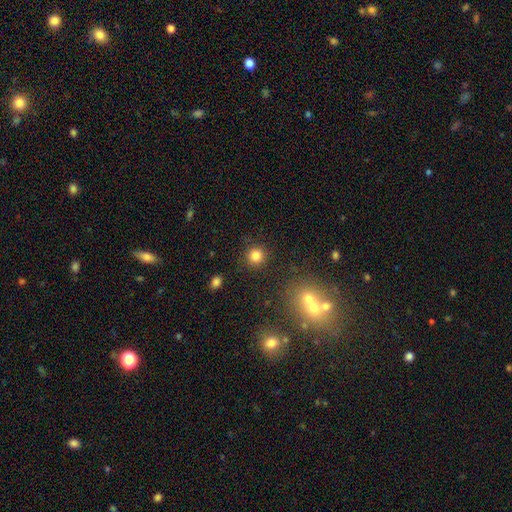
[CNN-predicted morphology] A smooth galaxy with no disk features (82%) that is round (92%). Merging: none (87%).